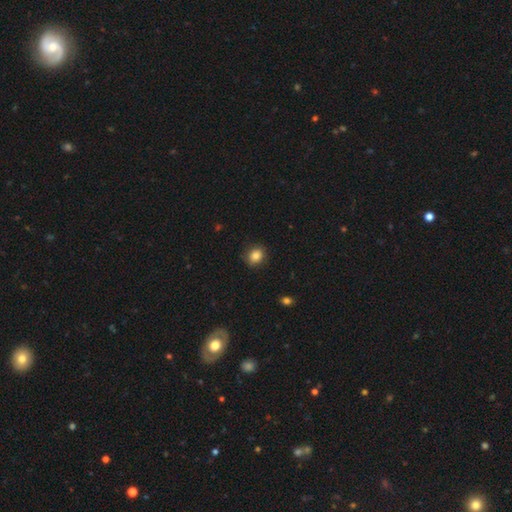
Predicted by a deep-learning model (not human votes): Overall: smooth (82%). How rounded: round (68%; in between 31%). Merging: none (84%).